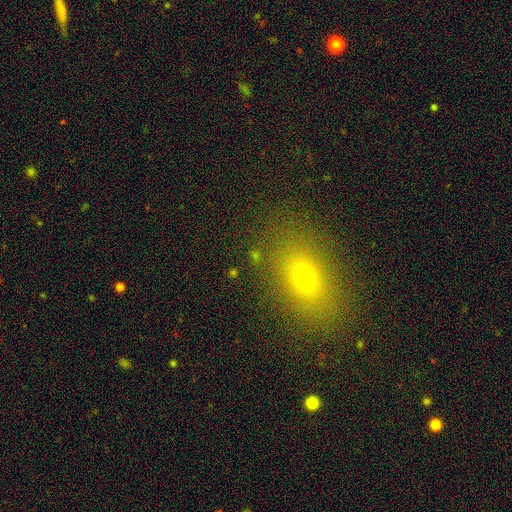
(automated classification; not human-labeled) Q: Smooth or featured?
A: smooth (58%); runner-up: star or artifact (28%)
Q: How rounded?
A: in between (64%); runner-up: round (31%)
Q: Merging?
A: none (81%); runner-up: minor disturbance (10%)